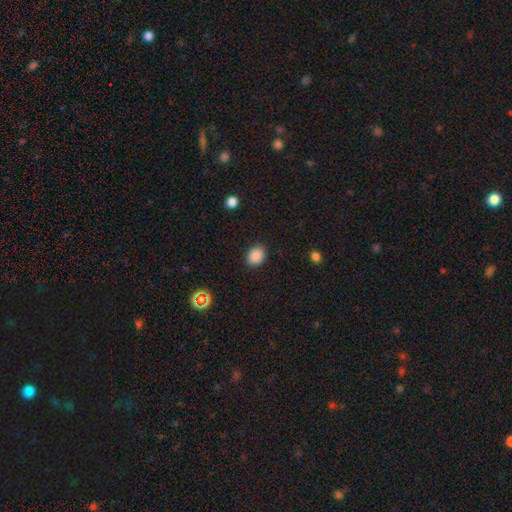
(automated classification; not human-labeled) A smooth galaxy with no disk features (87%) that is in between round and cigar-shaped (54%). Merging: none (88%).